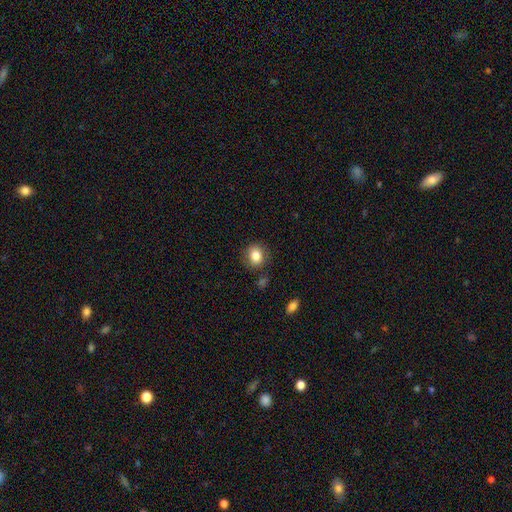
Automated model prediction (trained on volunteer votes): This is clearly a smooth galaxy (83%). How rounded: likely round (65%). Merging: clearly none (84%).